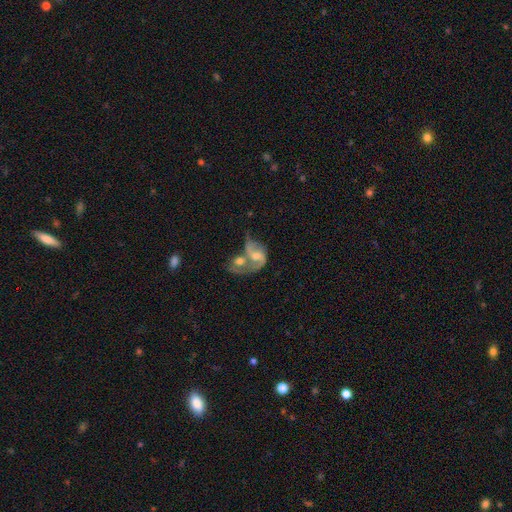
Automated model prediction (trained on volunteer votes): Smooth or featured?
  - featured or disk: 72% *
  - smooth: 20%
  - star or artifact: 8%
Edge-on disk?
  - no: 97% *
  - yes: 3%
Bar?
  - no: 53% *
  - weak: 37%
  - strong: 10%
Spiral arms?
  - yes: 82% *
  - no: 18%
Spiral winding?
  - loose: 51% *
  - medium: 37%
  - tight: 12%
Spiral arm count?
  - 2: 68% *
  - 1: 18%
  - can't tell: 10%
  - 3: 2%
  - 4: 1%
  - more than 4: 1%
Bulge size?
  - moderate: 54% *
  - small: 29%
  - large: 8%
  - none: 8%
  - dominant: 2%
Merging?
  - merger: 65% *
  - none: 14%
  - major disturbance: 13%
  - minor disturbance: 8%